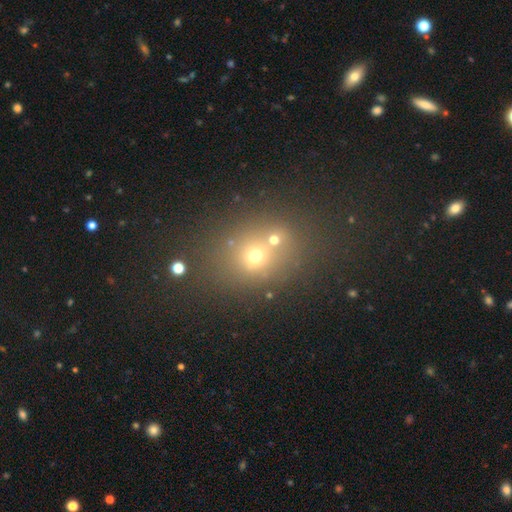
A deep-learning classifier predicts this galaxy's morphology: This is possibly a smooth galaxy (52%). How rounded: likely round (61%). Merging: possibly none (58%).